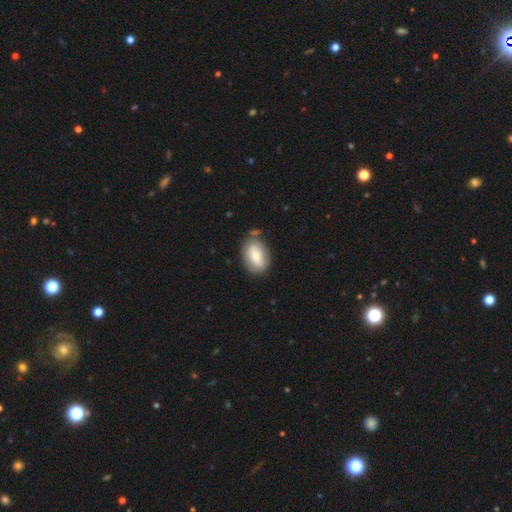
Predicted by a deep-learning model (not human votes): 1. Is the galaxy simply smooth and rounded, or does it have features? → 66% smooth, 27% featured or disk, 6% star or artifact.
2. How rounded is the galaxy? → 89% in between, 9% round, 2% cigar-shaped.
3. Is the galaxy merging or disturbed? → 69% none, 20% minor disturbance, 6% merger, 5% major disturbance.